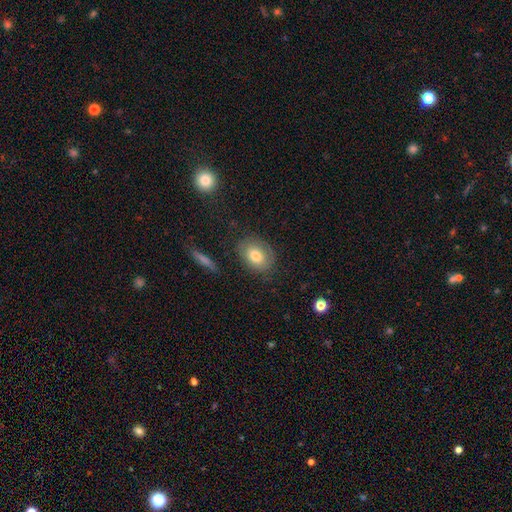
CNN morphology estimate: smooth_or_featured: smooth (p=0.73) [alt: featured or disk p=0.18]
how_rounded: in between (p=0.70) [alt: round p=0.29]
merging: none (p=0.79) [alt: minor disturbance p=0.14]